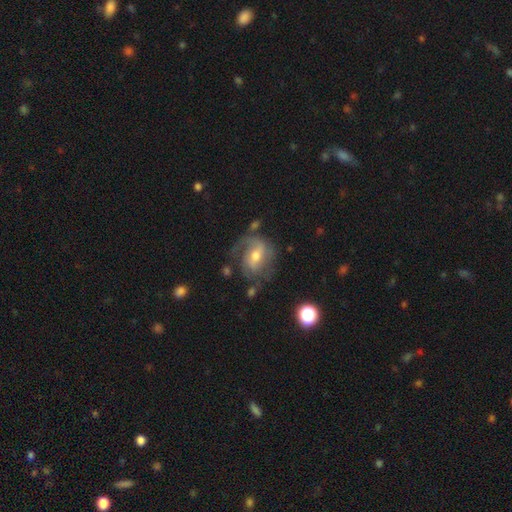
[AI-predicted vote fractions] A featured or disk galaxy (76%) with a weak bar (49%), 2 (52%) medium (45%) spiral arms (90%) and a moderate central bulge (62%). Merging: none (55%).